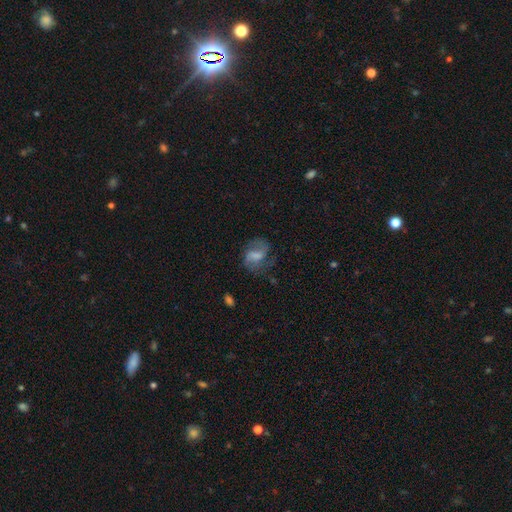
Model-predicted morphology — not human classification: Q: Smooth or featured?
A: featured or disk (54%); runner-up: smooth (36%)
Q: Edge-on disk?
A: no (97%); runner-up: yes (3%)
Q: Bar?
A: weak (50%); runner-up: strong (26%)
Q: Spiral arms?
A: yes (79%); runner-up: no (21%)
Q: Bulge size?
A: none (32%); runner-up: moderate (28%)
Q: Merging?
A: none (52%); runner-up: minor disturbance (24%)